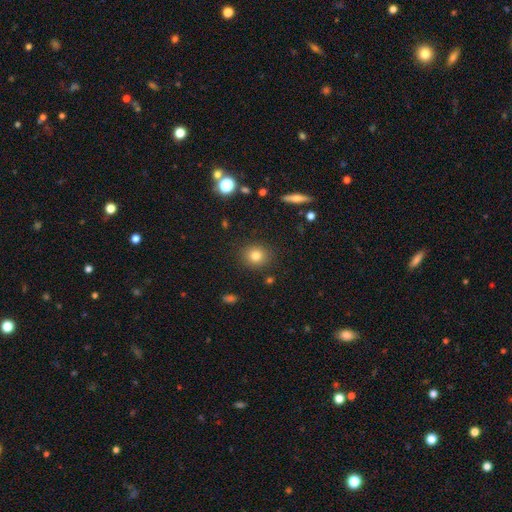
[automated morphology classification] A smooth galaxy with no disk features (80%) that is round (82%).

Vote fractions:
- Smooth or featured? smooth: 80% / star or artifact: 13% / featured or disk: 8%
- How rounded? round: 82% / in between: 17% / cigar-shaped: 1%
- Merging? none: 88% / minor disturbance: 7% / major disturbance: 3% / merger: 2%